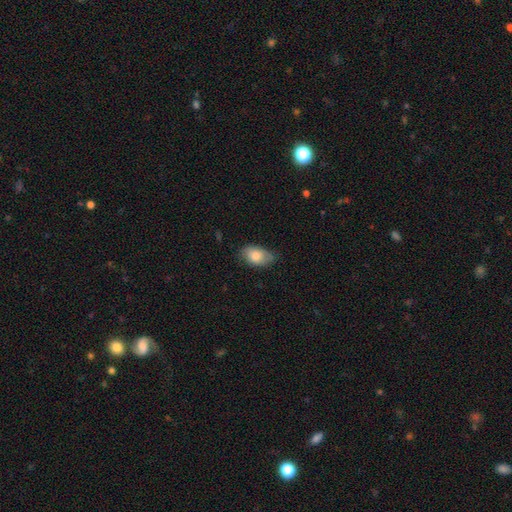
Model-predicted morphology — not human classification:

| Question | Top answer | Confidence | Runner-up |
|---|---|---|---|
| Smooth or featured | smooth | 81% | featured or disk (12%) |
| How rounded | in between | 91% | round (8%) |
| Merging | none | 67% | minor disturbance (27%) |